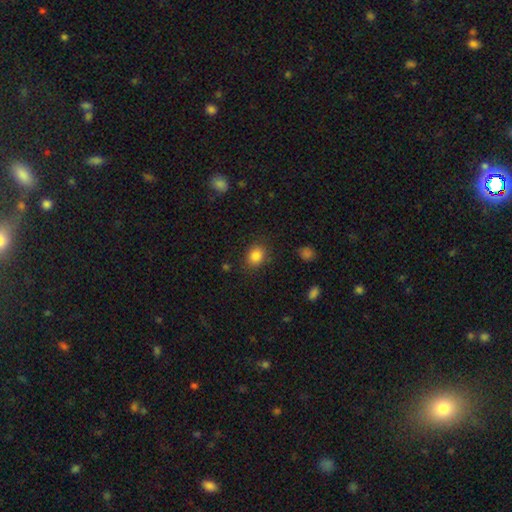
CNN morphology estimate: smooth-or-featured: smooth: 85% | star or artifact: 10% | featured or disk: 5%
  how-rounded: round: 51% | in between: 48% | cigar-shaped: 1%
  merging: none: 83% | minor disturbance: 12% | major disturbance: 4% | merger: 2%